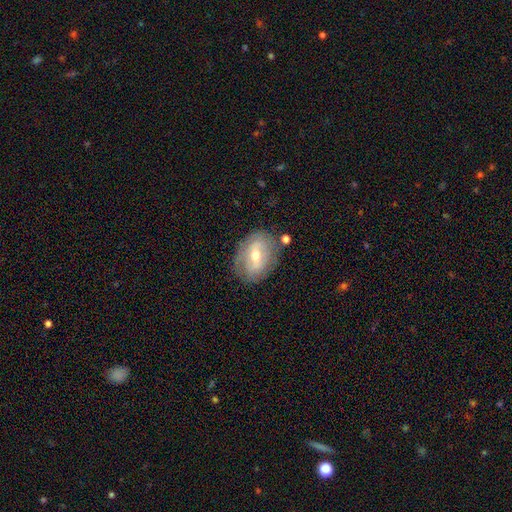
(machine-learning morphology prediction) featured or disk 61%, smooth 32%, star or artifact 8%. Down the decision tree: edge-on disk — no (92%); bar — weak (43%); spiral arms — yes (52%); bulge size — moderate (67%); merging — none (74%).